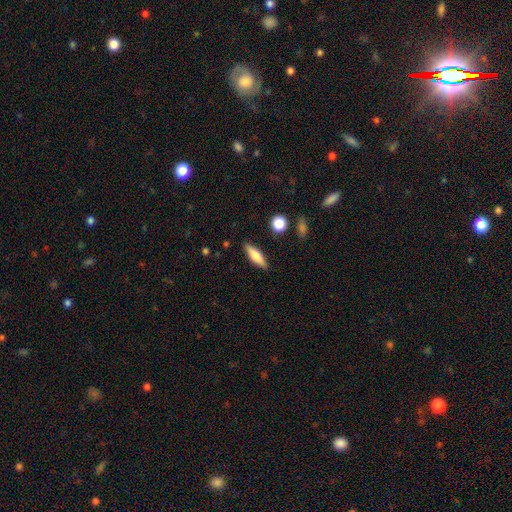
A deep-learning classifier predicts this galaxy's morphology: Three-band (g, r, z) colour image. It shows a smooth galaxy with no disk features (71%) that is cigar-shaped (55%). Merging: none (87%).